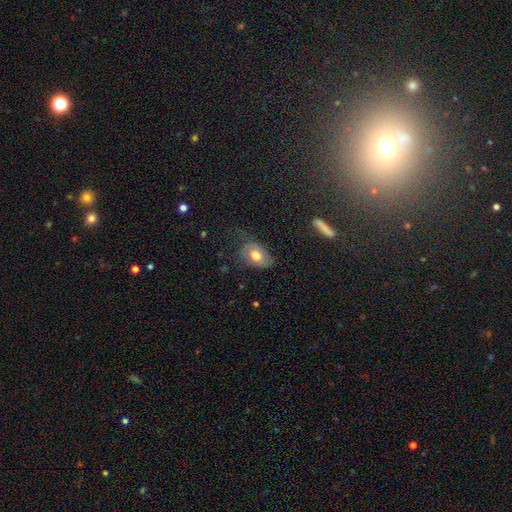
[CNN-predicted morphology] Q: Smooth or featured?
A: smooth (67%); runner-up: featured or disk (25%)
Q: How rounded?
A: in between (83%); runner-up: round (15%)
Q: Merging?
A: none (52%); runner-up: minor disturbance (30%)